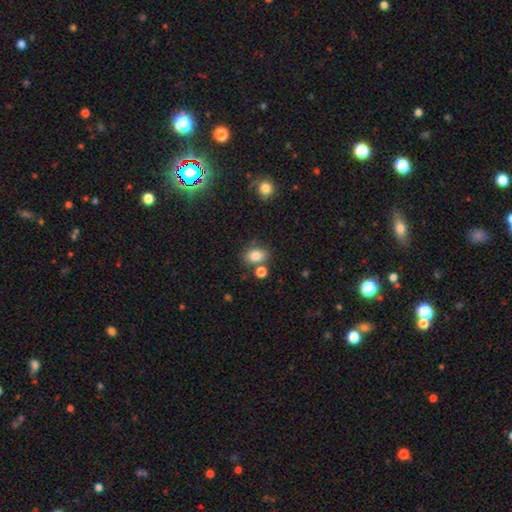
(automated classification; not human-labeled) smooth_or_featured: smooth (p=0.82) [alt: star or artifact p=0.10]
how_rounded: in between (p=0.70) [alt: round p=0.28]
merging: none (p=0.63) [alt: merger p=0.17]